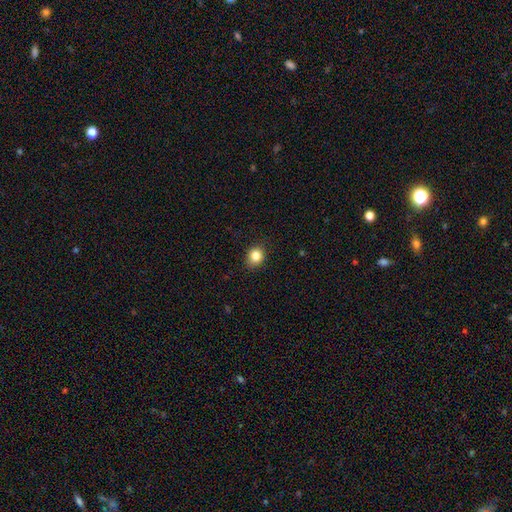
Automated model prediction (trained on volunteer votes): smooth 84%, star or artifact 11%, featured or disk 5%. Down the decision tree: how rounded — round (66%); merging — none (86%).